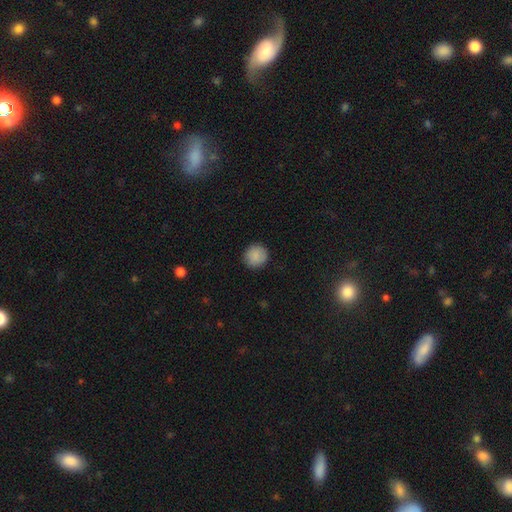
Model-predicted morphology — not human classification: This is clearly a smooth galaxy (88%). How rounded: clearly round (92%). Merging: clearly none (89%).